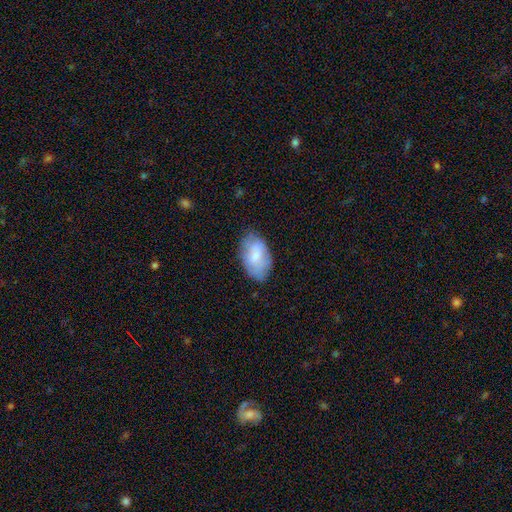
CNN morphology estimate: Overall: smooth (74%). How rounded: in between (94%). Merging: none (73%).